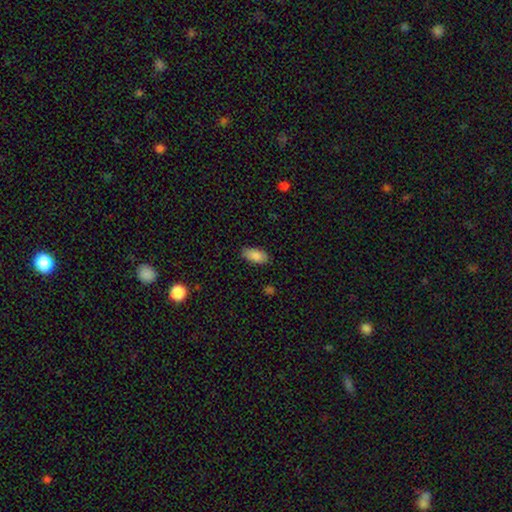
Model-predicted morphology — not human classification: Q: Smooth or featured?
A: smooth (86%); runner-up: star or artifact (7%)
Q: How rounded?
A: in between (92%); runner-up: cigar-shaped (5%)
Q: Merging?
A: none (85%); runner-up: minor disturbance (11%)